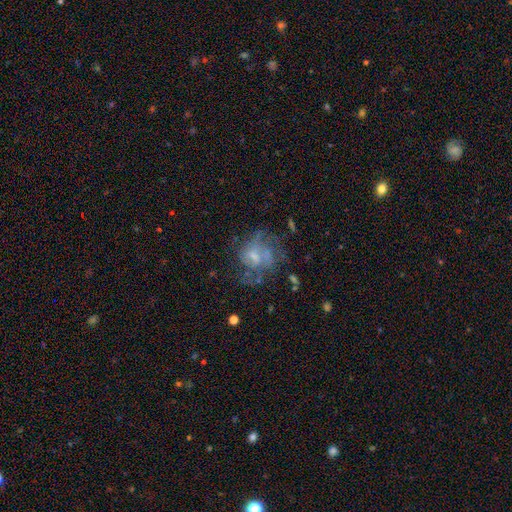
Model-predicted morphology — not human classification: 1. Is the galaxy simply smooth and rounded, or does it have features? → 60% featured or disk, 28% smooth, 12% star or artifact.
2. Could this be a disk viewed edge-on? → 98% no, 2% yes.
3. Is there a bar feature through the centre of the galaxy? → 60% no, 34% weak, 6% strong.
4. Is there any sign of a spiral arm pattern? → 53% yes, 47% no.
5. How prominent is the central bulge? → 37% small, 36% moderate, 21% none, 5% large, 1% dominant.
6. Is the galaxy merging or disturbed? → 41% none, 32% major disturbance, 20% minor disturbance, 7% merger.